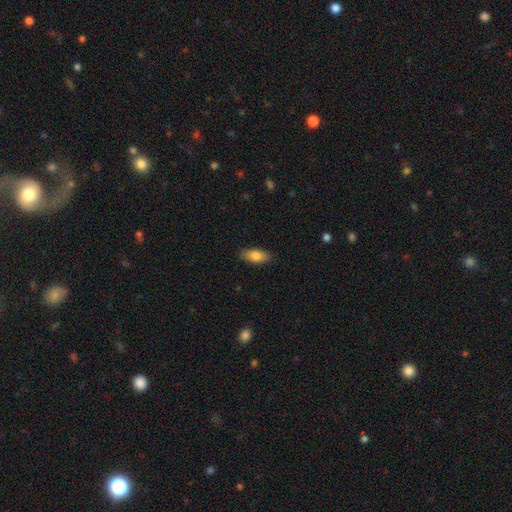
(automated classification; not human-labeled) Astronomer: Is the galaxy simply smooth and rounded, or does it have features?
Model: smooth — 81%.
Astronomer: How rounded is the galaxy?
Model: in between — 84%.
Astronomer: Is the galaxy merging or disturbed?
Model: none — 88%.